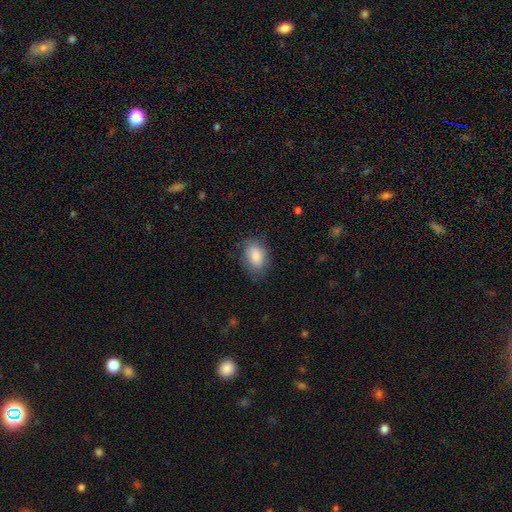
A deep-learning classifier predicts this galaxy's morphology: smooth 85%, featured or disk 8%, star or artifact 7%. Down the decision tree: how rounded — in between (88%); merging — none (72%).